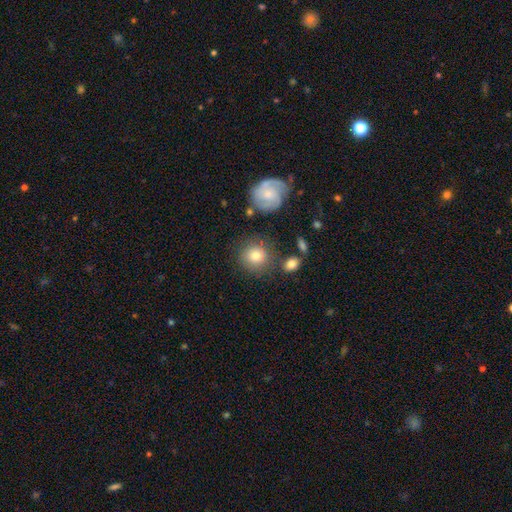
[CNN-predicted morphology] A smooth galaxy with no disk features (77%) that is round (89%).

Vote fractions:
- Smooth or featured? smooth: 77% / featured or disk: 14% / star or artifact: 9%
- How rounded? round: 89% / in between: 10% / cigar-shaped: 1%
- Merging? none: 78% / minor disturbance: 12% / merger: 6% / major disturbance: 4%